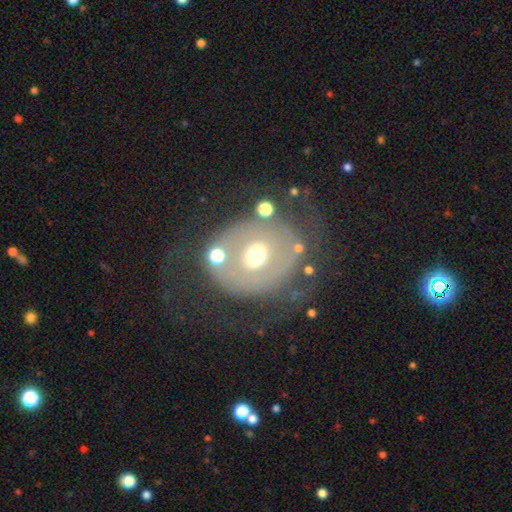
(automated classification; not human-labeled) smooth_or_featured: featured or disk (p=0.61) [alt: smooth p=0.29]
disk_edge_on: no (p=0.96) [alt: yes p=0.04]
bar: no (p=0.77) [alt: weak p=0.16]
has_spiral_arms: no (p=0.62) [alt: yes p=0.38]
bulge_size: moderate (p=0.68) [alt: small p=0.18]
merging: none (p=0.54) [alt: major disturbance p=0.23]